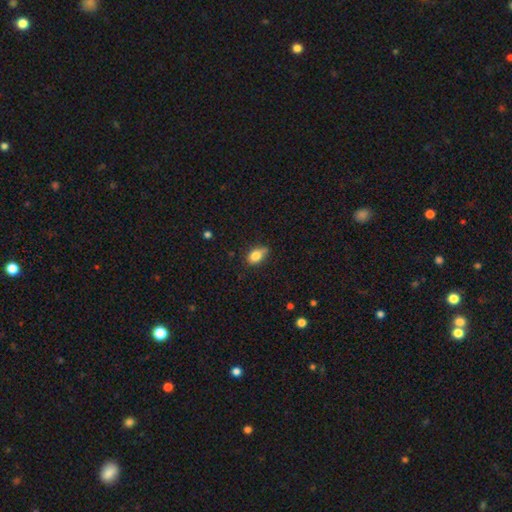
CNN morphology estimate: Smooth or featured? smooth (83%)
How rounded? in between (82%)
Merging? none (60%)